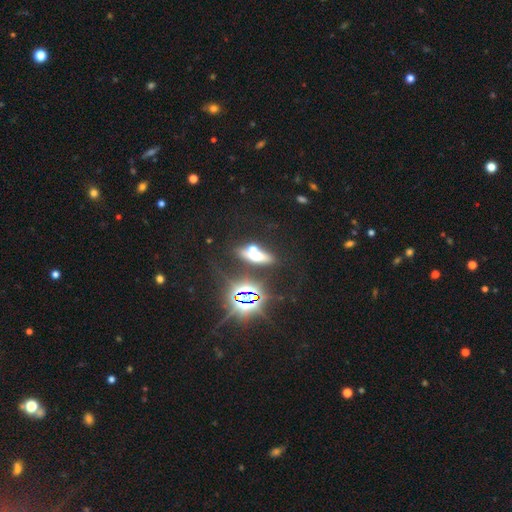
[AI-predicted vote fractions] This appears to be a smooth galaxy with no disk features (44%). Merging: none (41%, tied with merger).